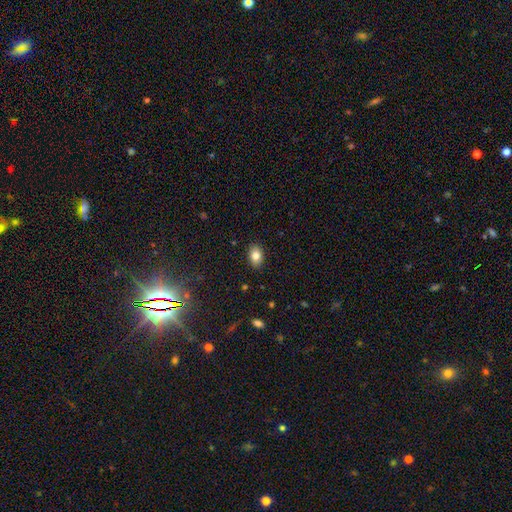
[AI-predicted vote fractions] smooth 82%, featured or disk 9%, star or artifact 9%. Down the decision tree: how rounded — in between (82%); merging — none (89%).